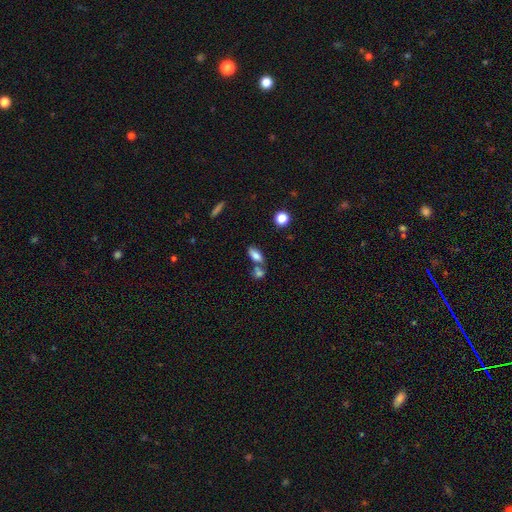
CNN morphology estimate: Smooth or featured?
  - smooth: 76% *
  - featured or disk: 15%
  - star or artifact: 9%
How rounded?
  - in between: 78% *
  - cigar-shaped: 17%
  - round: 5%
Merging?
  - none: 51% *
  - merger: 33%
  - minor disturbance: 11%
  - major disturbance: 4%